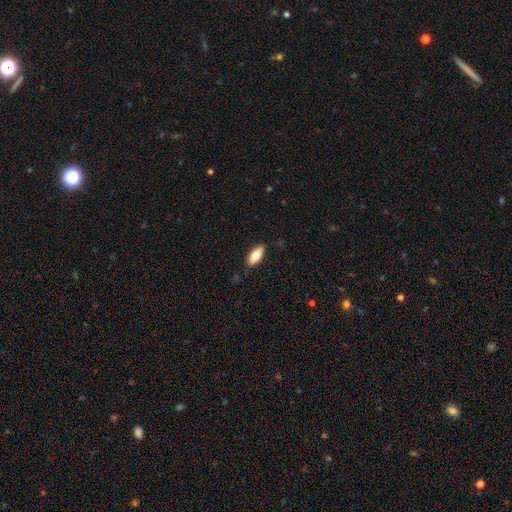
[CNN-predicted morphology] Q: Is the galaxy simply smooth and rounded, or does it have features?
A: smooth — 73%.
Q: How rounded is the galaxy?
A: in between — 79%.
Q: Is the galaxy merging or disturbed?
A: none — 87%.